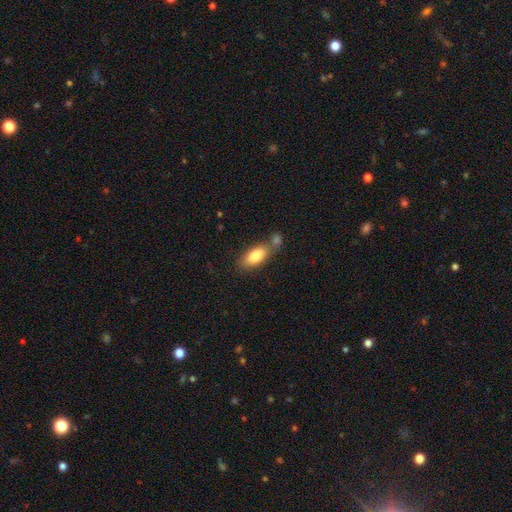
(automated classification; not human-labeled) This appears to be a smooth galaxy with no disk features (82%) that is in between round and cigar-shaped (87%). Merging: none (52%).